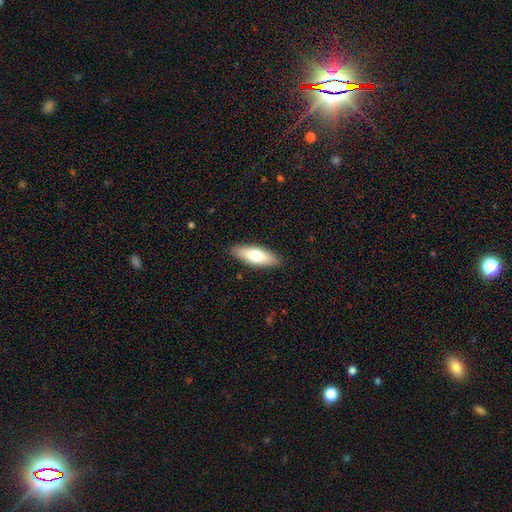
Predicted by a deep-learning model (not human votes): Smooth or featured?
  - smooth: 66% *
  - featured or disk: 28%
  - star or artifact: 6%
How rounded?
  - in between: 61% *
  - cigar-shaped: 37%
  - round: 2%
Merging?
  - none: 89% *
  - minor disturbance: 8%
  - major disturbance: 2%
  - merger: 1%